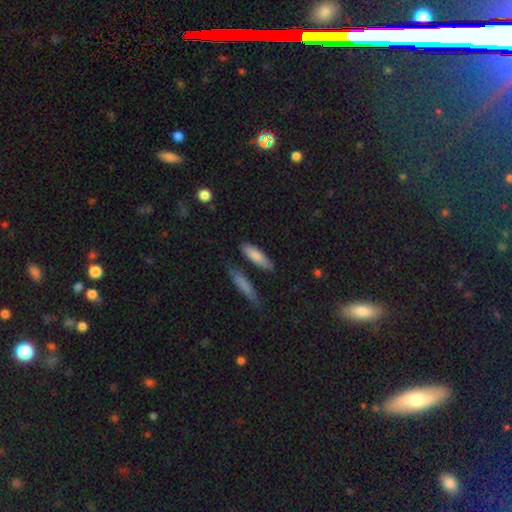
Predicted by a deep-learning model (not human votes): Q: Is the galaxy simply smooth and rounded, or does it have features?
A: smooth — 80%.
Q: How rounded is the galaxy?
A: cigar-shaped — 57%.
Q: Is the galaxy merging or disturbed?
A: none — 76%.